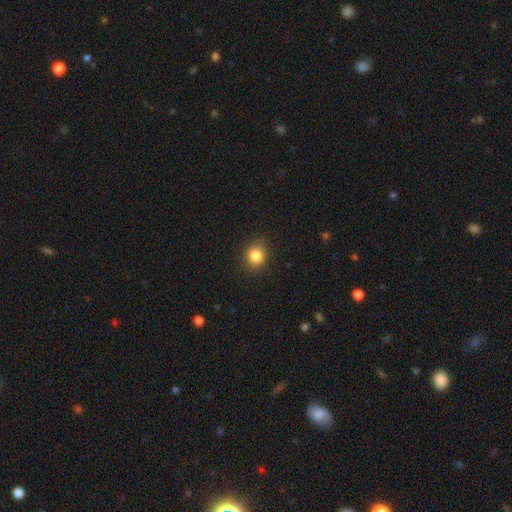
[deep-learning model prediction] A smooth galaxy with no disk features (85%) that is round (78%).

Vote fractions:
- Smooth or featured? smooth: 85% / star or artifact: 11% / featured or disk: 5%
- How rounded? round: 78% / in between: 21% / cigar-shaped: 1%
- Merging? none: 88% / minor disturbance: 9% / major disturbance: 2% / merger: 1%